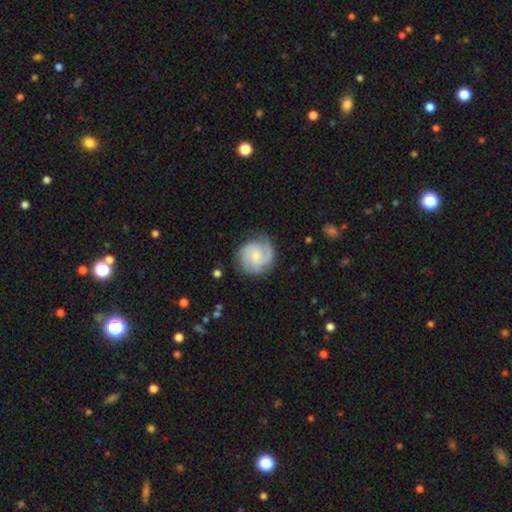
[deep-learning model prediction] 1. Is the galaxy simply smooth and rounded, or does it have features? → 76% featured or disk, 19% smooth, 6% star or artifact.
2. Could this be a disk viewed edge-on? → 98% no, 2% yes.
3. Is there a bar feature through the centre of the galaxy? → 62% no, 34% weak, 4% strong.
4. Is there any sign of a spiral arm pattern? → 96% yes, 4% no.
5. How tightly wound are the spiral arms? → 44% medium, 43% tight, 13% loose.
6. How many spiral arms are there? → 45% 2, 27% 3, 15% can't tell, 5% 1, 4% 4, 4% more than 4.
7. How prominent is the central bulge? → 55% small, 36% moderate, 5% none, 3% large, 1% dominant.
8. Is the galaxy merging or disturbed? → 77% none, 16% minor disturbance, 6% major disturbance, 1% merger.